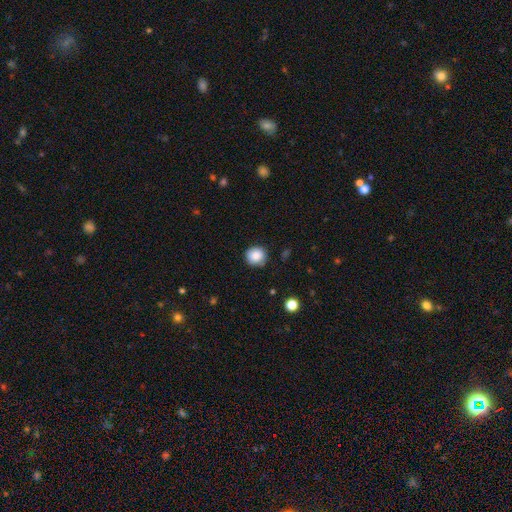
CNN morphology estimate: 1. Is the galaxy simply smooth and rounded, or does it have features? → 86% smooth, 9% star or artifact, 4% featured or disk.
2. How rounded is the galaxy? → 90% round, 9% in between, 1% cigar-shaped.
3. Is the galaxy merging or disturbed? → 83% none, 13% minor disturbance, 3% major disturbance, 1% merger.